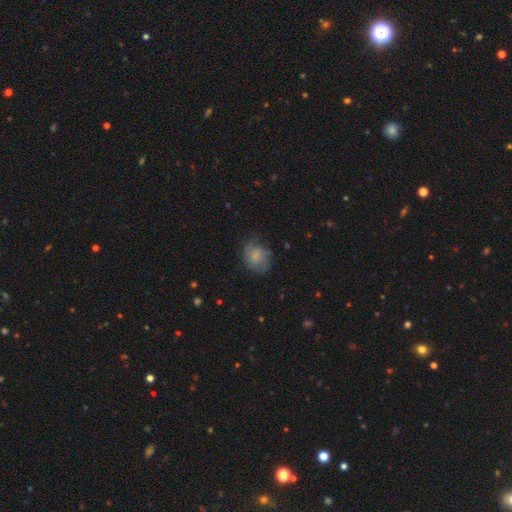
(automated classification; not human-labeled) The model was most divided on "how rounded": round: 59%, in between: 40%, cigar-shaped: 1%. More confident: smooth or featured — smooth (75%); merging — none (60%).